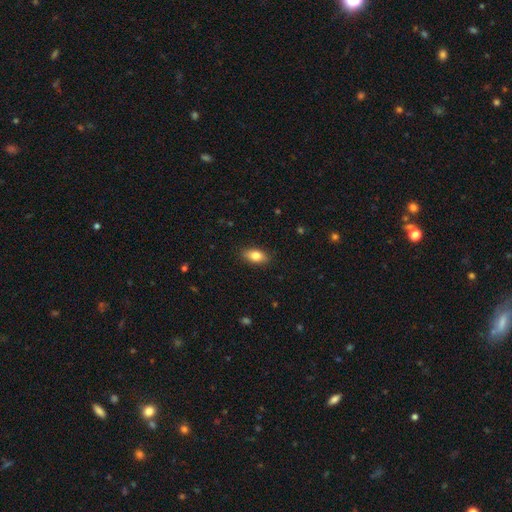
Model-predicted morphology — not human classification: Overall: smooth (80%). How rounded: in between (87%). Merging: none (88%).